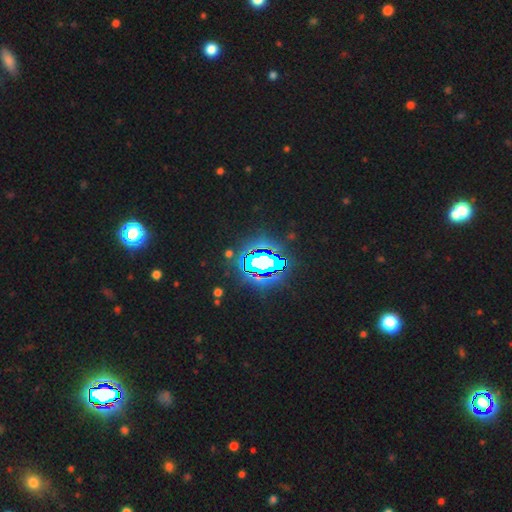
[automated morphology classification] This is likely a star or artifact rather than a galaxy (73%).